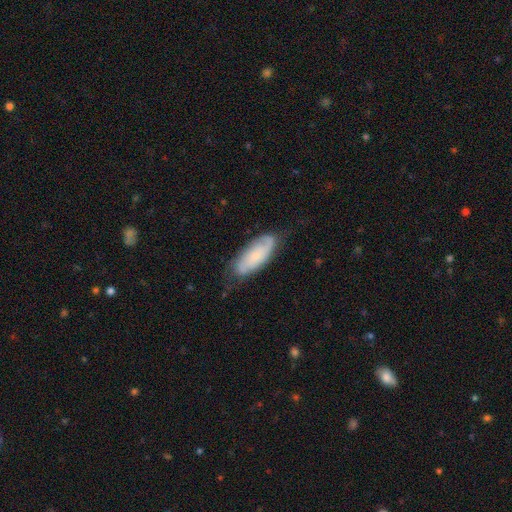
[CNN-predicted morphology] smooth_or_featured: featured or disk (p=0.54) [alt: smooth p=0.39]
disk_edge_on: no (p=0.89) [alt: yes p=0.11]
merging: none (p=0.67) [alt: minor disturbance p=0.25]